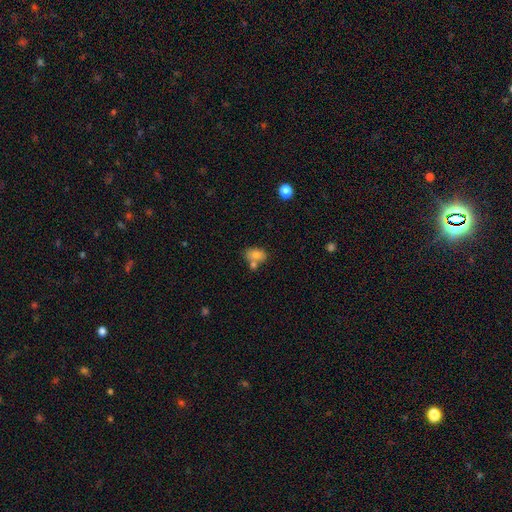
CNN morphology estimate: The model was most divided on "merging": none: 47%, merger: 34%, minor disturbance: 15%, major disturbance: 5%. More confident: how rounded — in between (78%); smooth or featured — smooth (77%).